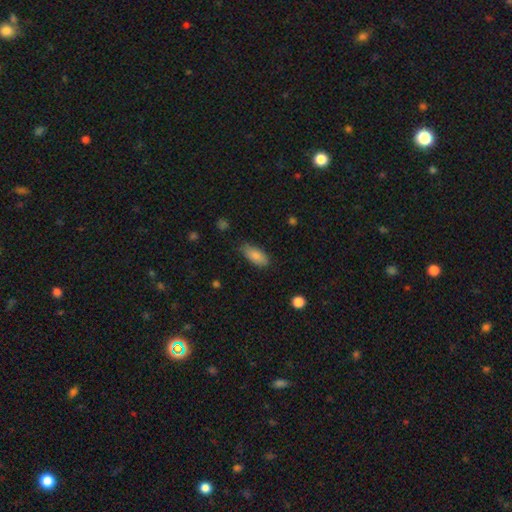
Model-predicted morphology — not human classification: Smooth or featured: smooth — 86% (featured or disk — 7%)
How rounded: in between — 85% (cigar-shaped — 13%)
Merging: none — 76% (minor disturbance — 19%)